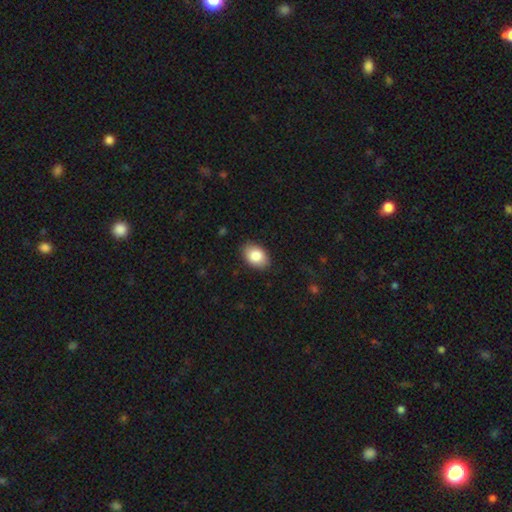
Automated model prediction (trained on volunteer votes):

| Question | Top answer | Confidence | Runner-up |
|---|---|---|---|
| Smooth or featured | smooth | 86% | featured or disk (7%) |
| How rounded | in between | 84% | round (15%) |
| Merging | none | 86% | minor disturbance (11%) |